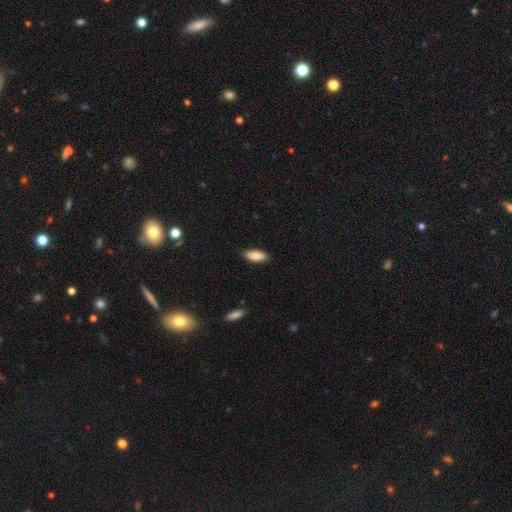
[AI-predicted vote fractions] The model was most divided on "how rounded": in between: 86%, cigar-shaped: 12%, round: 2%. More confident: smooth or featured — smooth (87%); merging — none (86%).